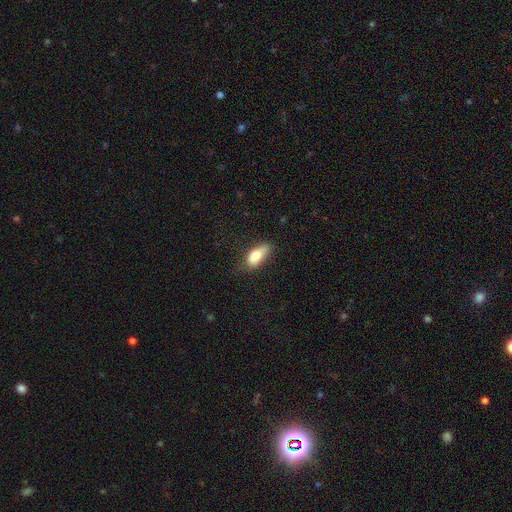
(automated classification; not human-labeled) Smooth or featured? Predicted: smooth (p=0.75). How rounded? Predicted: in between (p=0.81). Merging? Predicted: none (p=0.53).